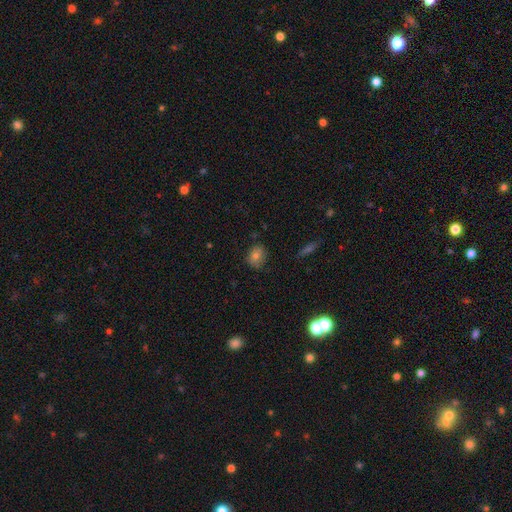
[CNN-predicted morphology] A smooth galaxy with no disk features (77%) that is round (53%). Merging: none (76%).